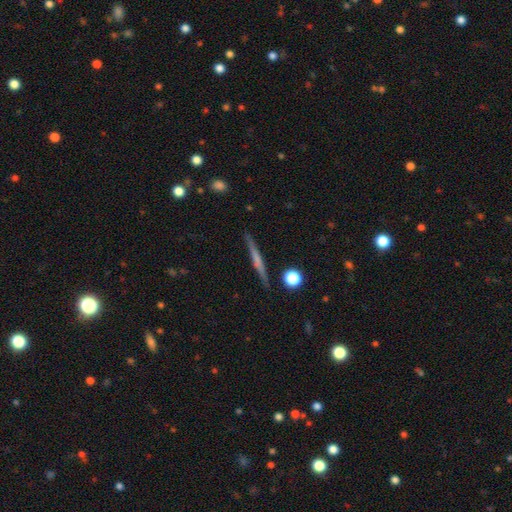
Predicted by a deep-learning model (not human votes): Smooth or featured? featured or disk (57%)
Edge-on disk? yes (97%)
Edge-on bulge? none (66%)
Merging? none (90%)